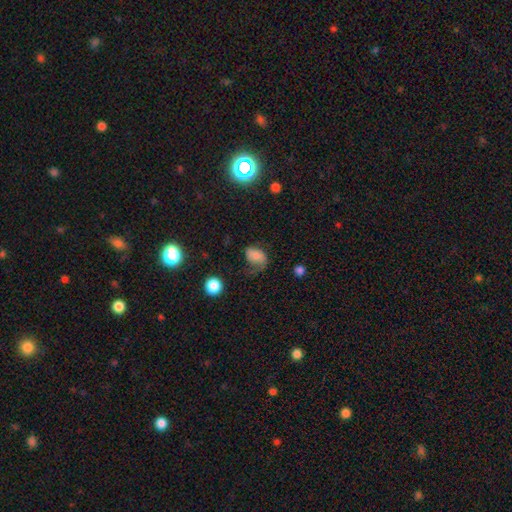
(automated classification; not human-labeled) Smooth or featured: smooth — 60% (featured or disk — 28%)
How rounded: in between — 74% (round — 24%)
Merging: major disturbance — 38% (none — 32%)